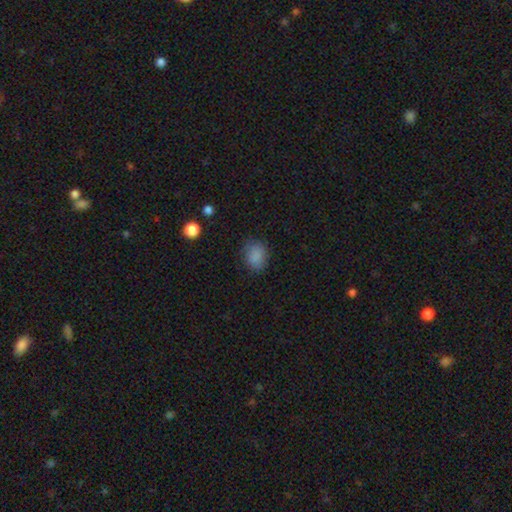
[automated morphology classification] This appears to be a smooth galaxy with no disk features (84%) that is in between round and cigar-shaped (56%). Merging: none (77%).